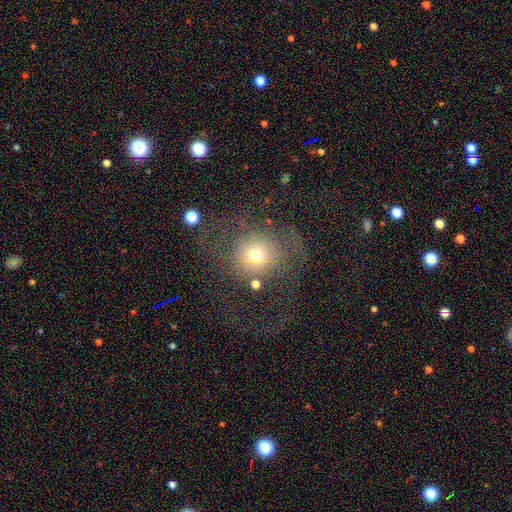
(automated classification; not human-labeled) Morphology: type=smooth (48%); merging=none (47%).